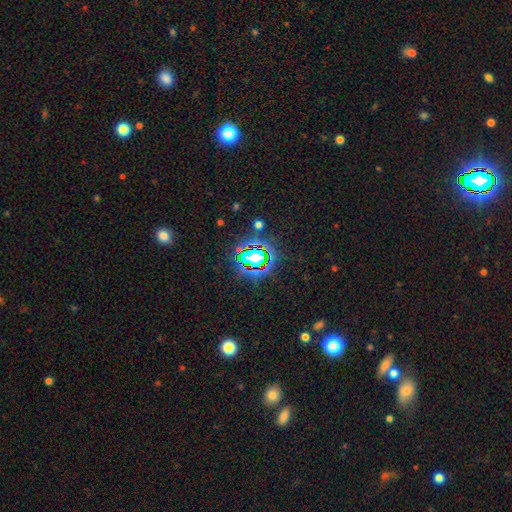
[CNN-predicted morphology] Overall: star or artifact (81%).